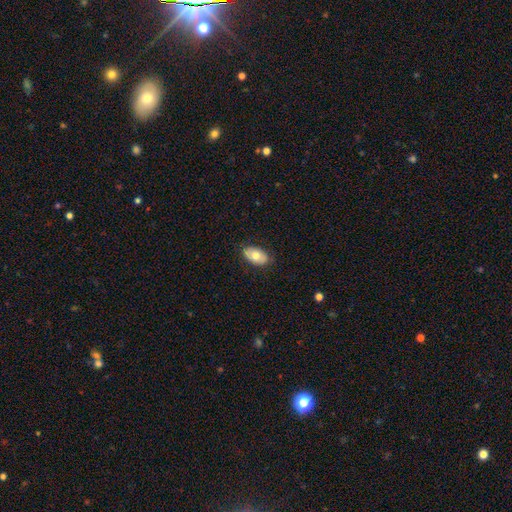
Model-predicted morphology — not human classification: Smooth or featured? Predicted: smooth (p=0.71). How rounded? Predicted: in between (p=0.92). Merging? Predicted: none (p=0.82).